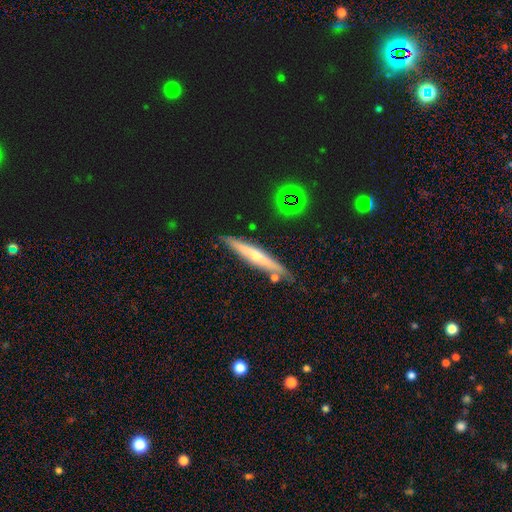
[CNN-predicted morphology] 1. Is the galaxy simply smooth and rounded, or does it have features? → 54% featured or disk, 38% smooth, 8% star or artifact.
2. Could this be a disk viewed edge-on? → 92% yes, 8% no.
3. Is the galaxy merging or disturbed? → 79% none, 14% minor disturbance, 5% merger, 2% major disturbance.